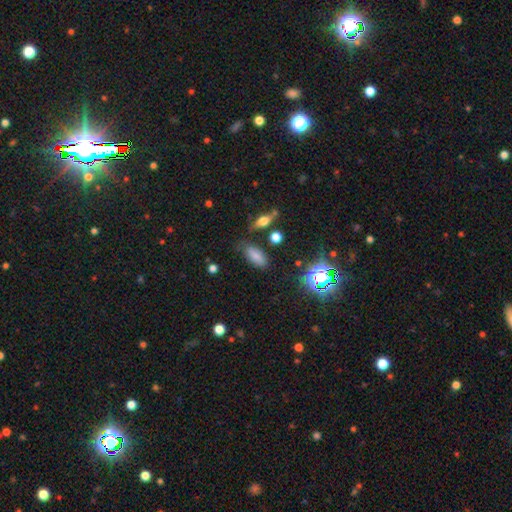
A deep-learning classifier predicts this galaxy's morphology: smooth 75%, star or artifact 15%, featured or disk 10%. Down the decision tree: how rounded — in between (85%); merging — none (72%).